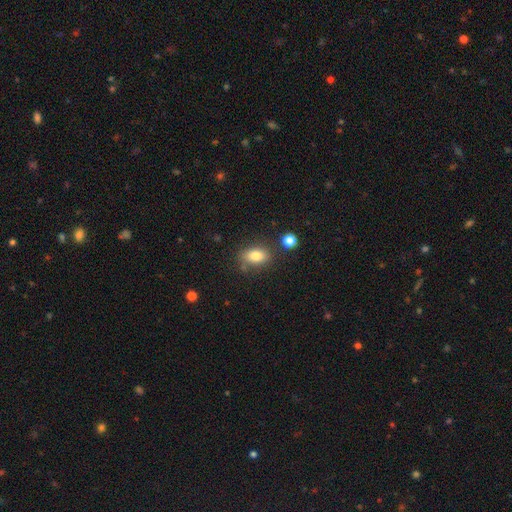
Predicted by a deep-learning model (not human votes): This appears to be a smooth galaxy with no disk features (81%) that is in between round and cigar-shaped (83%). Merging: none (73%).